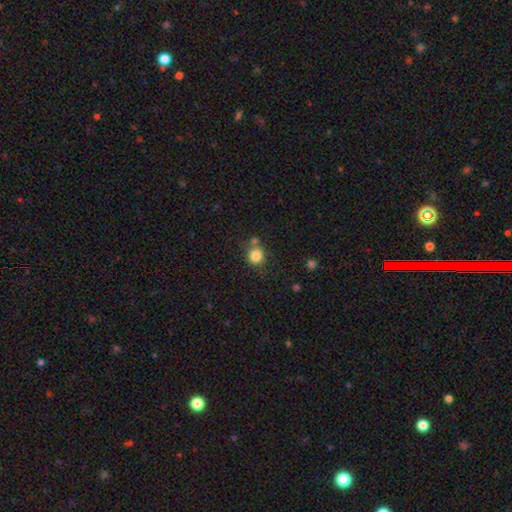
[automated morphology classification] smooth-or-featured: smooth: 83% | star or artifact: 11% | featured or disk: 6%
  how-rounded: round: 86% | in between: 13% | cigar-shaped: 1%
  merging: none: 69% | merger: 16% | minor disturbance: 12% | major disturbance: 4%